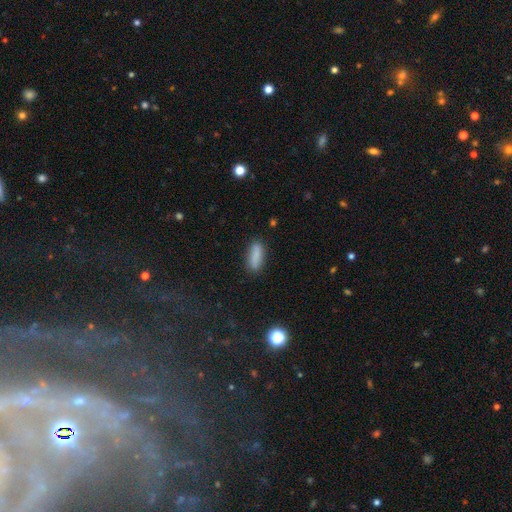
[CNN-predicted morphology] This is clearly a smooth galaxy (85%). How rounded: possibly in between (59%). Merging: clearly none (84%).